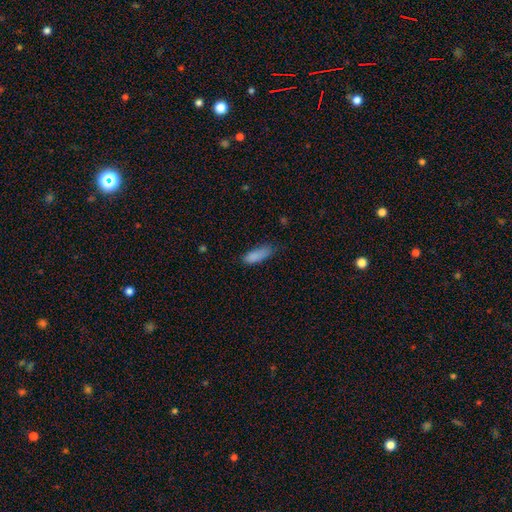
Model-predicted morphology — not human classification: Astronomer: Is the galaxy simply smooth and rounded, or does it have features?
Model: smooth — 85%.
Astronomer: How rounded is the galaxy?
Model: in between — 60% (runner-up: cigar-shaped, 38%).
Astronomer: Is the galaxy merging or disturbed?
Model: none — 55% (runner-up: minor disturbance, 33%).